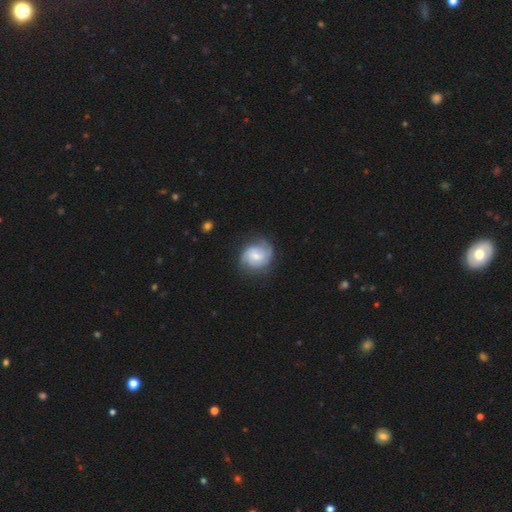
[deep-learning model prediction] Smooth or featured?
  - featured or disk: 58% *
  - smooth: 36%
  - star or artifact: 6%
Edge-on disk?
  - no: 98% *
  - yes: 2%
Bar?
  - weak: 50% *
  - no: 41%
  - strong: 9%
Spiral arms?
  - yes: 89% *
  - no: 11%
Spiral winding?
  - tight: 41% * (tied)
  - medium: 41% * (tied)
  - loose: 19%
Spiral arm count?
  - 2: 60% *
  - can't tell: 22%
  - 3: 8%
  - 1: 6%
  - 4: 2%
  - more than 4: 2%
Bulge size?
  - moderate: 44% *
  - small: 43%
  - none: 6%
  - large: 6%
  - dominant: 1%
Merging?
  - none: 67% *
  - minor disturbance: 22%
  - major disturbance: 9%
  - merger: 1%